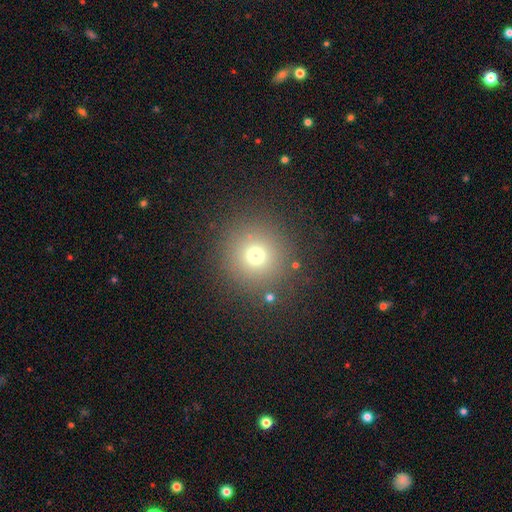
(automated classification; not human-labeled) smooth 70%, star or artifact 20%, featured or disk 10%. Down the decision tree: how rounded — round (94%); merging — none (85%).